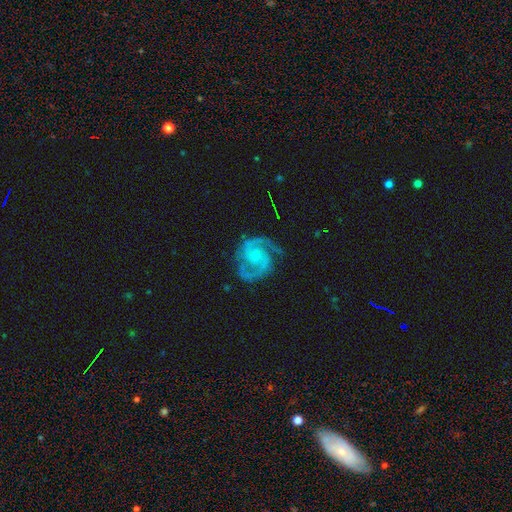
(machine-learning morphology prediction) A featured or disk galaxy (92%) with no bar (69%), 2 (85%) medium (54%) spiral arms (98%) and a small central bulge (72%).

Vote fractions:
- Smooth or featured? featured or disk: 92% / star or artifact: 4% / smooth: 4%
- Edge-on disk? no: 98% / yes: 2%
- Bar? no: 69% / weak: 25% / strong: 6%
- Spiral arms? yes: 98% / no: 2%
- Spiral winding? medium: 54% / tight: 38% / loose: 8%
- Spiral arm count? 2: 85% / 3: 7% / can't tell: 3% / 1: 2% / 4: 2% / more than 4: 2%
- Bulge size? small: 72% / moderate: 21% / none: 5% / large: 1% / dominant: 1%
- Merging? none: 75% / minor disturbance: 17% / major disturbance: 7% / merger: 1%